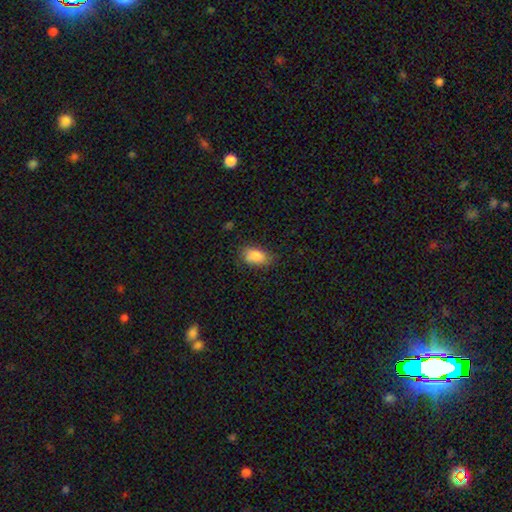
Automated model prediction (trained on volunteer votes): Smooth or featured? Predicted: smooth (p=0.85). How rounded? Predicted: in between (p=0.90). Merging? Predicted: none (p=0.71).